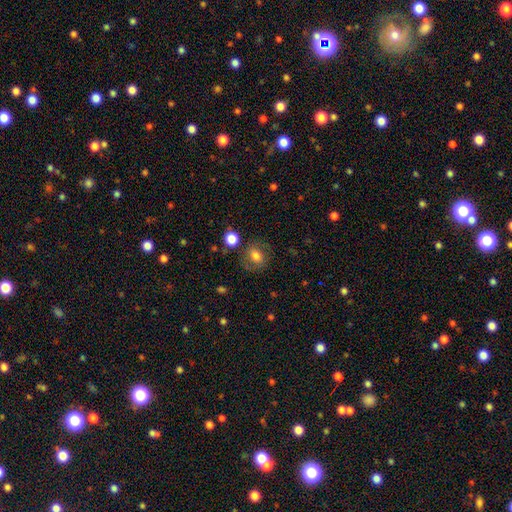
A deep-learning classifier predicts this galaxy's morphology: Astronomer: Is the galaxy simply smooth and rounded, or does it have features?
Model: smooth — 71%.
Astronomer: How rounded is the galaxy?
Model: round — 61% (runner-up: in between, 37%).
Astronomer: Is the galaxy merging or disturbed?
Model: none — 73%.